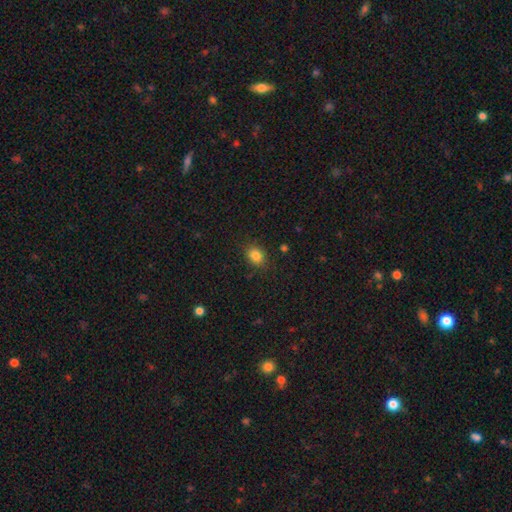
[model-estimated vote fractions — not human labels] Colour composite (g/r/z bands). It shows a smooth galaxy with no disk features (84%) that is in between round and cigar-shaped (59%). Merging: none (84%).